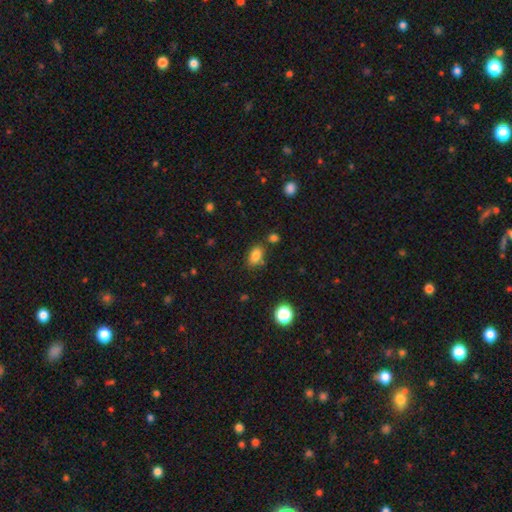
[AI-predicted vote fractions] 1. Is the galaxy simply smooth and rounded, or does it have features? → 82% smooth, 12% star or artifact, 6% featured or disk.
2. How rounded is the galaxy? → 84% in between, 14% round, 2% cigar-shaped.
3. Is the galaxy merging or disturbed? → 71% none, 16% minor disturbance, 8% merger, 5% major disturbance.